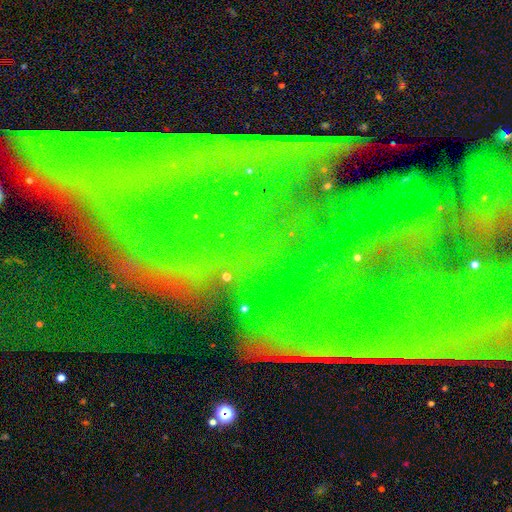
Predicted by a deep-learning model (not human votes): star or artifact 77%, featured or disk 14%, smooth 10%.